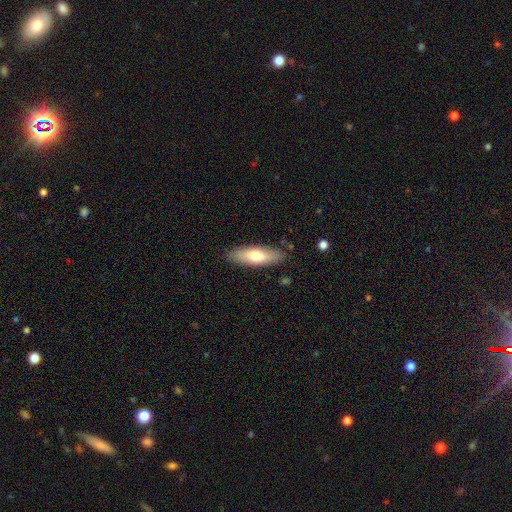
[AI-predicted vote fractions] Q: Smooth or featured?
A: smooth (68%); runner-up: featured or disk (26%)
Q: How rounded?
A: in between (58%); runner-up: cigar-shaped (40%)
Q: Merging?
A: none (86%); runner-up: minor disturbance (10%)